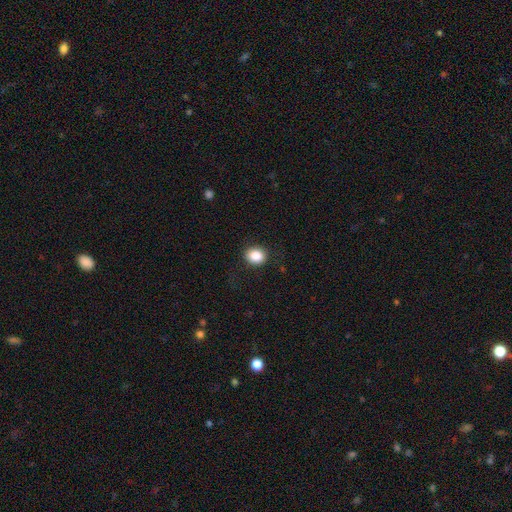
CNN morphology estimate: Smooth or featured: smooth — 87% (star or artifact — 9%)
How rounded: round — 63% (in between — 36%)
Merging: none — 86% (minor disturbance — 10%)